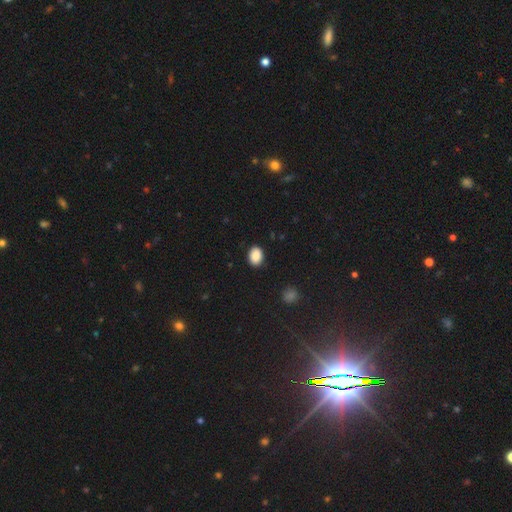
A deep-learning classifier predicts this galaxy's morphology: The model was most divided on "how rounded": in between: 69%, round: 30%, cigar-shaped: 1%. More confident: smooth or featured — smooth (89%); merging — none (88%).